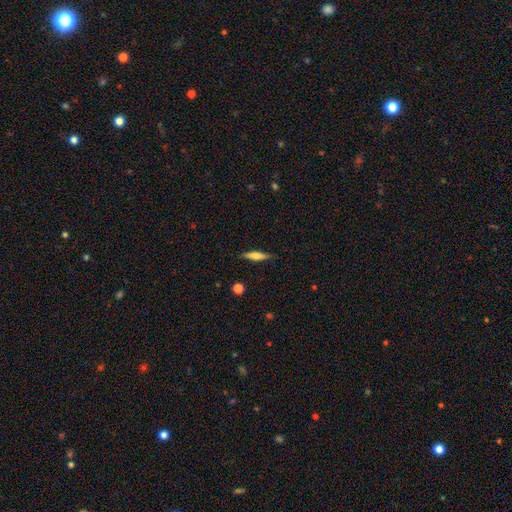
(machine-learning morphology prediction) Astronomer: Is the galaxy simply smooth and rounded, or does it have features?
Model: smooth — 60%.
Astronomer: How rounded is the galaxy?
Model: cigar-shaped — 81%.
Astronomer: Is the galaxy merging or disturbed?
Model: none — 87%.